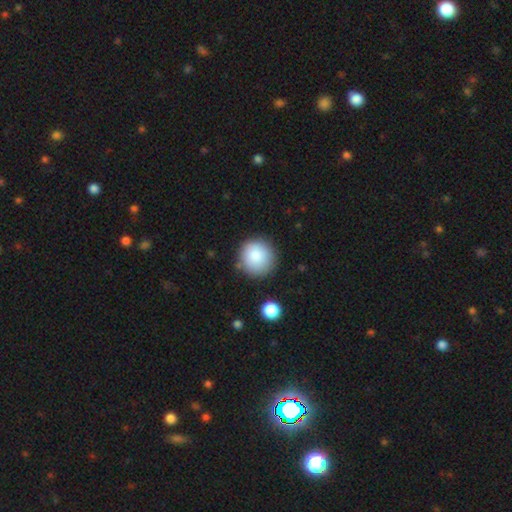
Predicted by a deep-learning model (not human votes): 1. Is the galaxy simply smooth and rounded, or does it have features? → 86% smooth, 8% star or artifact, 6% featured or disk.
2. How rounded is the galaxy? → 94% round, 5% in between, 1% cigar-shaped.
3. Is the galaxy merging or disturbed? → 83% none, 11% minor disturbance, 3% merger, 3% major disturbance.